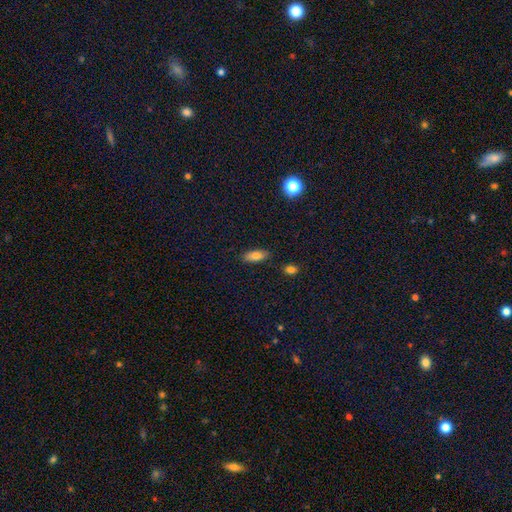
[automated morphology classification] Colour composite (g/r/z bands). It shows a smooth galaxy with no disk features (80%) that is in between round and cigar-shaped (82%). Merging: none (85%).